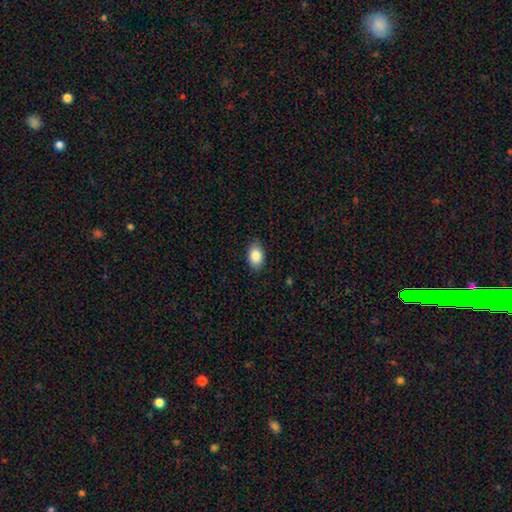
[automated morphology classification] Q: Smooth or featured?
A: smooth (86%); runner-up: star or artifact (7%)
Q: How rounded?
A: in between (89%); runner-up: round (10%)
Q: Merging?
A: none (86%); runner-up: minor disturbance (11%)